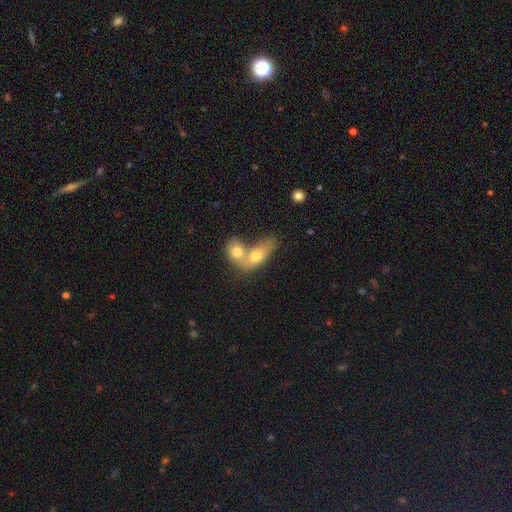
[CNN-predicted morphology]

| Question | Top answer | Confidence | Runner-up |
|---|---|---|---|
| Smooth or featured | smooth | 68% | featured or disk (25%) |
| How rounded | in between | 76% | round (17%) |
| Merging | merger | 78% | none (14%) |